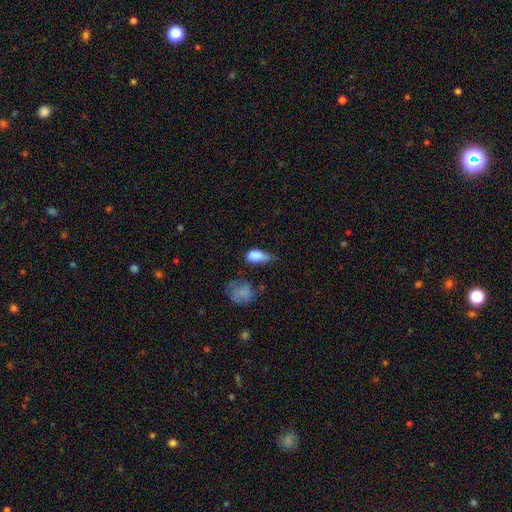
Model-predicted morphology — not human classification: smooth 83%, star or artifact 9%, featured or disk 8%. Down the decision tree: how rounded — in between (86%); merging — minor disturbance (42%).